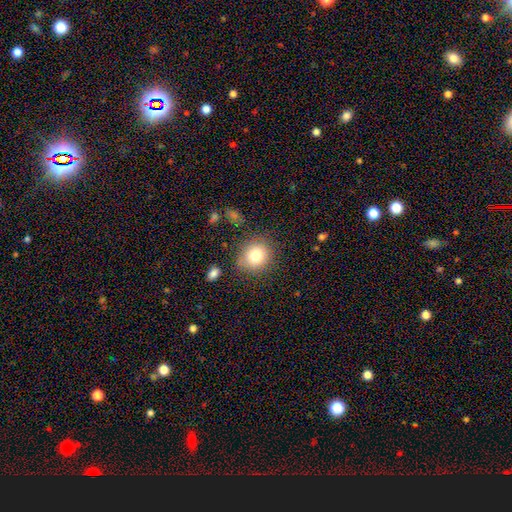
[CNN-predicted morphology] type=smooth (79%); roundness=round (82%); merging=none (82%).